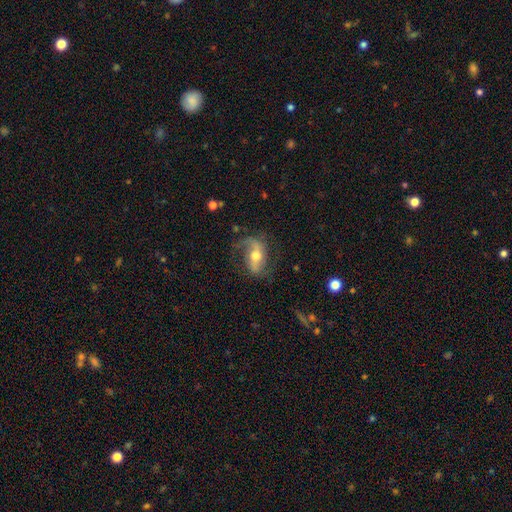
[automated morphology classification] This appears to be a featured or disk galaxy (76%) with a strong bar (40%), 2 (80%) loose (60%) spiral arms (89%) and a moderate central bulge (70%). Merging: none (65%).